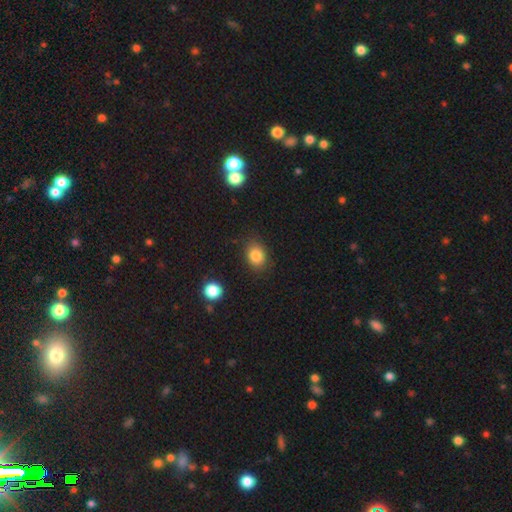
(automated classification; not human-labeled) Smooth or featured: smooth — 83% (star or artifact — 10%)
How rounded: in between — 57% (round — 42%)
Merging: none — 81% (minor disturbance — 13%)